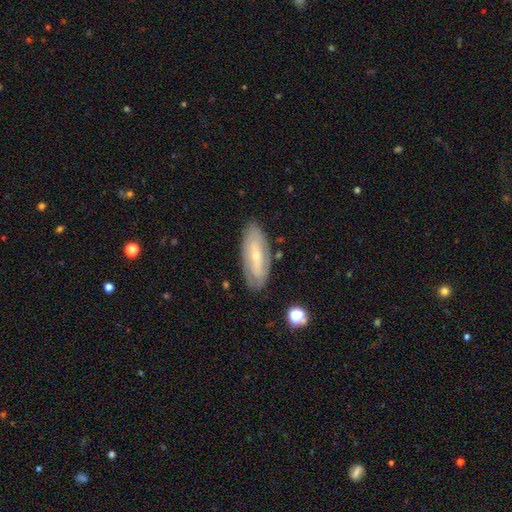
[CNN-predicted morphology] Smooth or featured? Predicted: featured or disk (p=0.58). Edge-on disk? Predicted: no (p=0.81). Merging? Predicted: none (p=0.81).